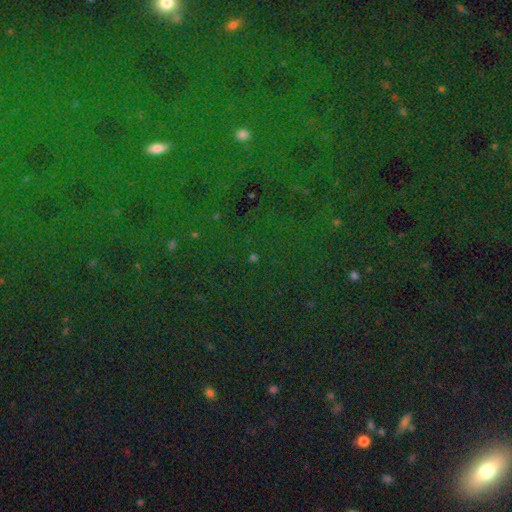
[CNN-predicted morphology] Overall: star or artifact (81%).